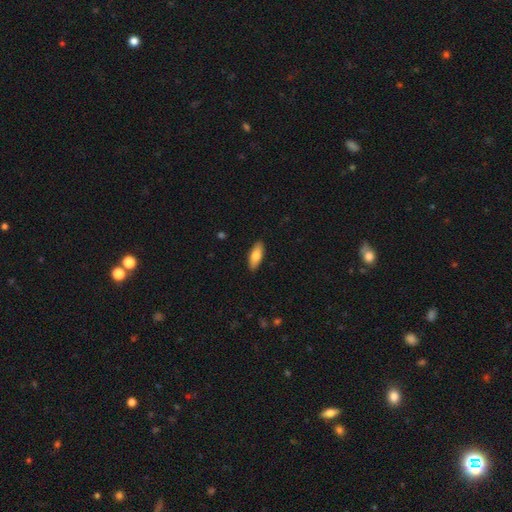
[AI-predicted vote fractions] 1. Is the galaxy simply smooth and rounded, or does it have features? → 77% smooth, 17% featured or disk, 6% star or artifact.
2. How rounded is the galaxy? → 71% in between, 27% cigar-shaped, 2% round.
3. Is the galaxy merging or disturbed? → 89% none, 8% minor disturbance, 2% major disturbance, 1% merger.